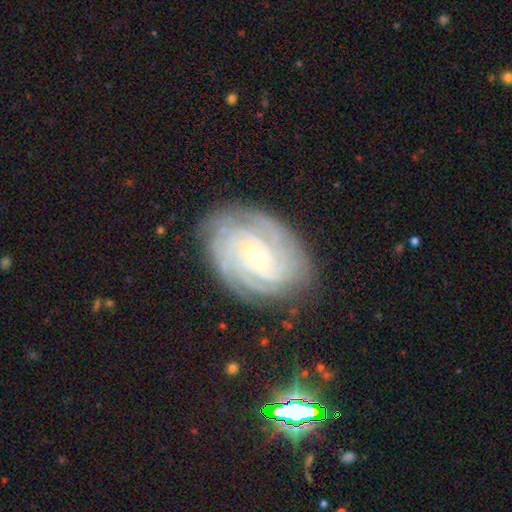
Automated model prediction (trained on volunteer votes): Smooth or featured? featured or disk (88%)
Edge-on disk? no (96%)
Bar? weak (50%)
Spiral arms? yes (98%)
Spiral winding? tight (82%)
Spiral arm count? 4 (28%)
Bulge size? small (52%)
Merging? none (82%)